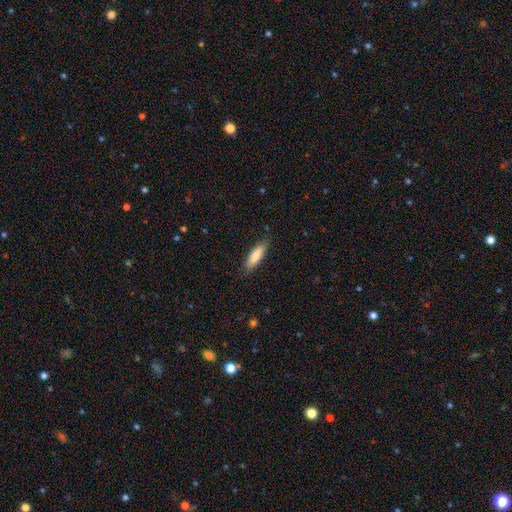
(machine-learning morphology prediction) A smooth galaxy with no disk features (81%) that is cigar-shaped (57%).

Vote fractions:
- Smooth or featured? smooth: 81% / featured or disk: 13% / star or artifact: 6%
- How rounded? cigar-shaped: 57% / in between: 41% / round: 1%
- Merging? none: 84% / minor disturbance: 12% / major disturbance: 2% / merger: 1%